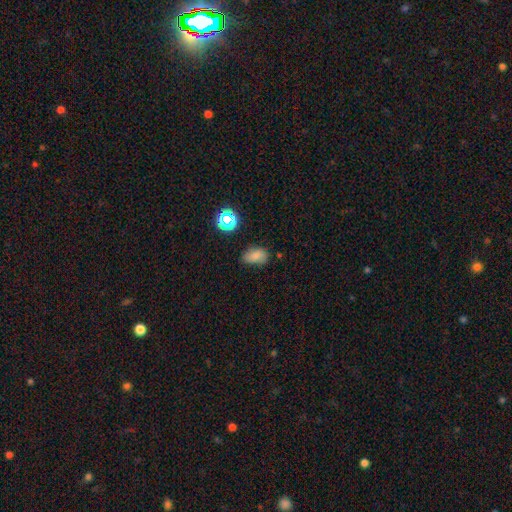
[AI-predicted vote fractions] Overall: smooth (74%). How rounded: in between (86%). Merging: none (66%).